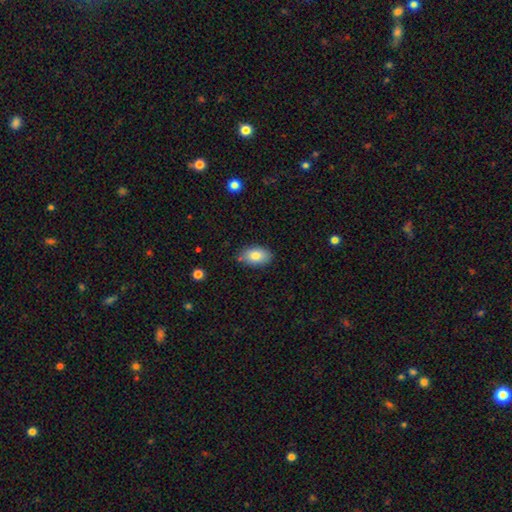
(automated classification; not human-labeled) smooth-or-featured: smooth: 82% | featured or disk: 10% | star or artifact: 7%
  how-rounded: in between: 92% | round: 7% | cigar-shaped: 2%
  merging: none: 80% | minor disturbance: 15% | major disturbance: 3% | merger: 2%